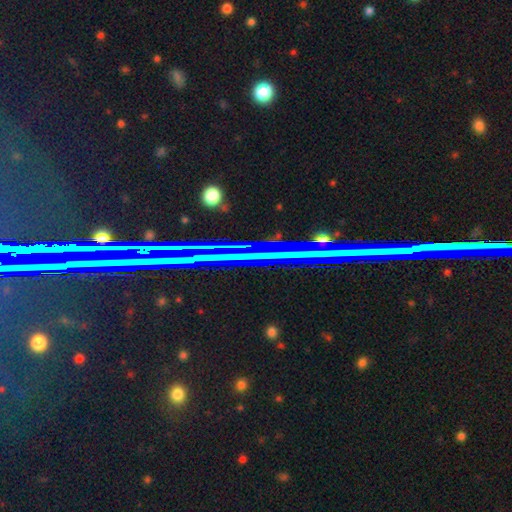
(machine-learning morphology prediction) Smooth or featured? star or artifact (68%)